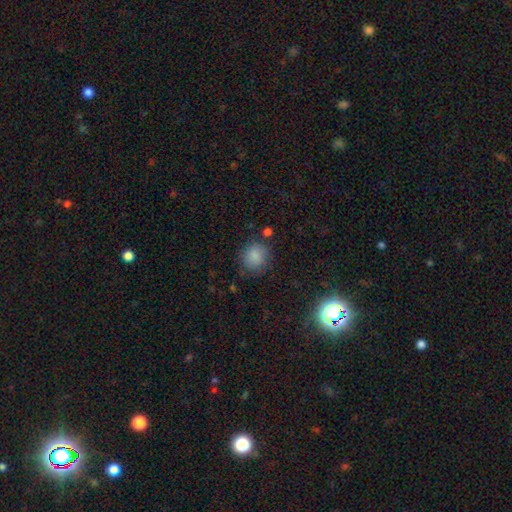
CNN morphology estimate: Smooth or featured?
  - smooth: 85% *
  - star or artifact: 10%
  - featured or disk: 5%
How rounded?
  - round: 82% *
  - in between: 17%
  - cigar-shaped: 1%
Merging?
  - none: 77% *
  - minor disturbance: 15%
  - major disturbance: 5%
  - merger: 3%